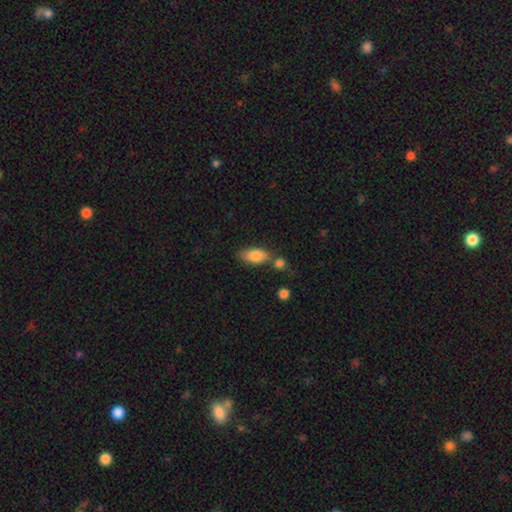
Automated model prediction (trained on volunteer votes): A smooth galaxy with no disk features (83%) that is in between round and cigar-shaped (88%).

Vote fractions:
- Smooth or featured? smooth: 83% / featured or disk: 10% / star or artifact: 7%
- How rounded? in between: 88% / cigar-shaped: 9% / round: 3%
- Merging? none: 61% / merger: 19% / minor disturbance: 16% / major disturbance: 4%